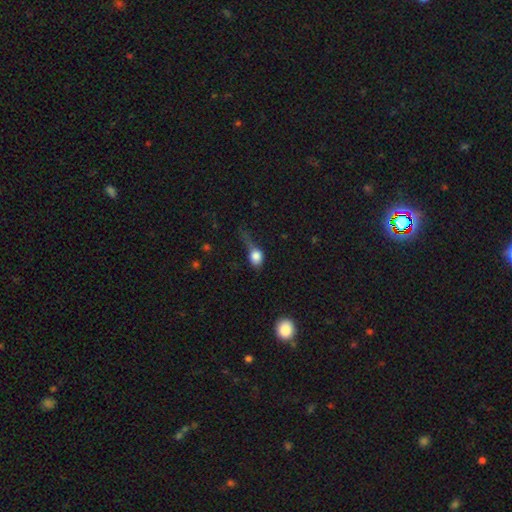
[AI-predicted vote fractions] This appears to be a smooth galaxy with no disk features (76%) that is in between round and cigar-shaped (48%, tied with round). Merging: major disturbance (45%).